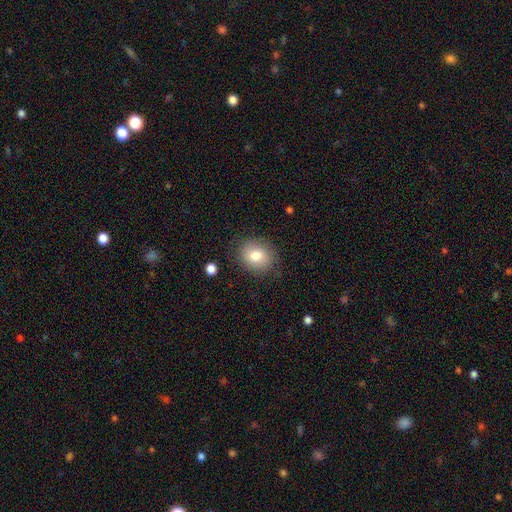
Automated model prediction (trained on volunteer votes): smooth_or_featured: smooth (p=0.78) [alt: featured or disk p=0.13]
how_rounded: round (p=0.68) [alt: in between p=0.31]
merging: none (p=0.83) [alt: minor disturbance p=0.12]